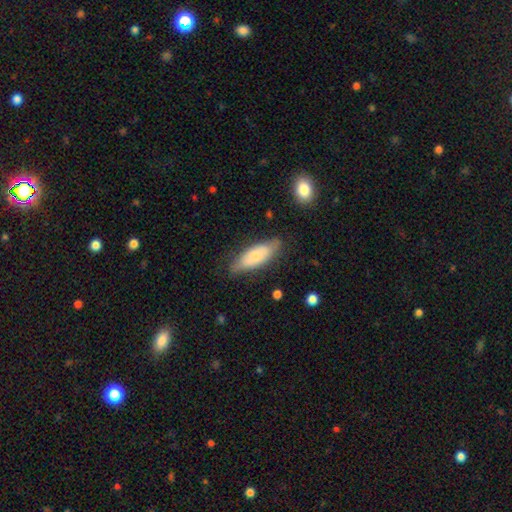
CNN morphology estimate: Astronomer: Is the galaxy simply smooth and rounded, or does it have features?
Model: smooth — 62%.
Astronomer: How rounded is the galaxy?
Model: in between — 69%.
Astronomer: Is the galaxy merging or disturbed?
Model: none — 69%.